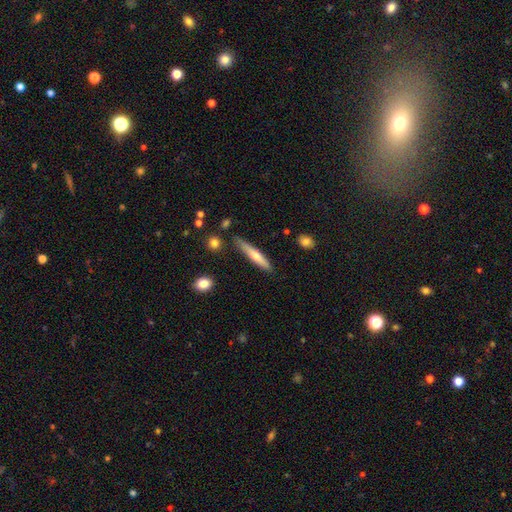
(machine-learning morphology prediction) smooth 59%, featured or disk 35%, star or artifact 6%. Down the decision tree: how rounded — cigar-shaped (92%); merging — none (81%).